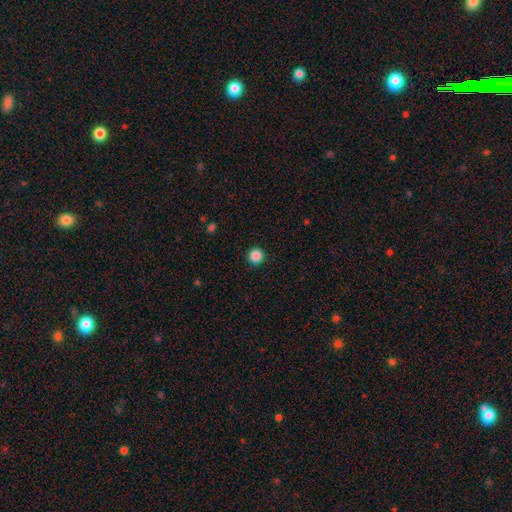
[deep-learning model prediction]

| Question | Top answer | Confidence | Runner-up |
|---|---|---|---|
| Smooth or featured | smooth | 87% | star or artifact (10%) |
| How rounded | round | 96% | in between (3%) |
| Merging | none | 93% | minor disturbance (4%) |